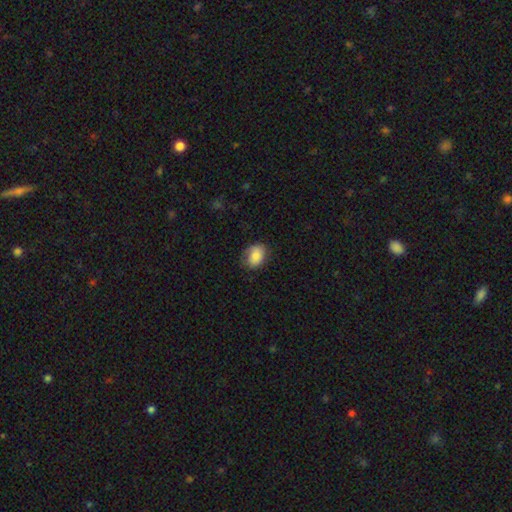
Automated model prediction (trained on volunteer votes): Overall: smooth (84%). How rounded: in between (65%; round 34%). Merging: none (73%).